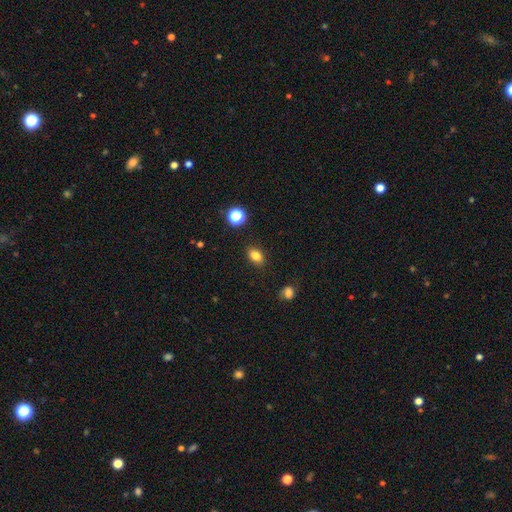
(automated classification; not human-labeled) Overall: smooth (82%). How rounded: in between (79%). Merging: none (86%).